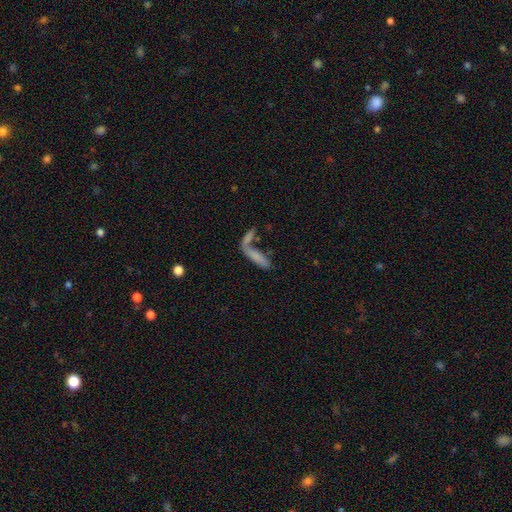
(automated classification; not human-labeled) The model was most divided on "merging": merger: 47%, none: 33%, major disturbance: 10%, minor disturbance: 10%. More confident: how rounded — cigar-shaped (70%); smooth or featured — smooth (68%).